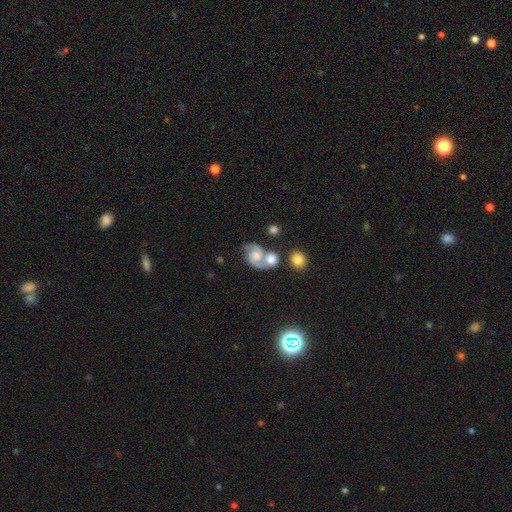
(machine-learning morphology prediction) Smooth or featured?
  - featured or disk: 79% *
  - smooth: 14%
  - star or artifact: 7%
Edge-on disk?
  - no: 98% *
  - yes: 2%
Bar?
  - no: 68% *
  - weak: 27%
  - strong: 6%
Spiral arms?
  - yes: 94% *
  - no: 6%
Spiral winding?
  - medium: 55% *
  - tight: 23%
  - loose: 22%
Spiral arm count?
  - 2: 91% *
  - can't tell: 3%
  - 1: 3%
  - 3: 1%
  - 4: 1%
  - more than 4: 1%
Bulge size?
  - moderate: 42% *
  - small: 25%
  - large: 18%
  - none: 12%
  - dominant: 3%
Merging?
  - none: 41% *
  - merger: 37%
  - minor disturbance: 14%
  - major disturbance: 8%